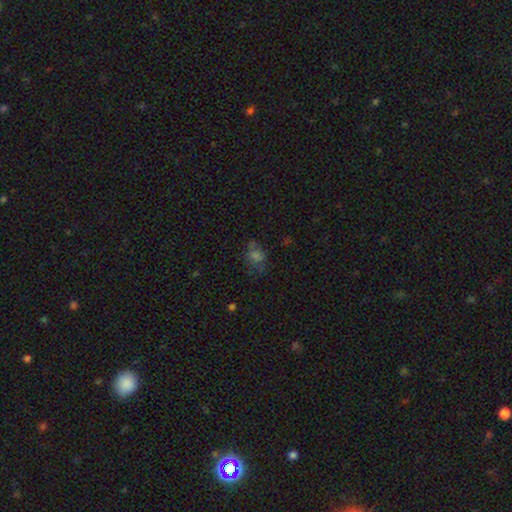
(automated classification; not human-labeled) Overall: smooth (52%; star or artifact 31%). How rounded: in between (53%; round 45%). Merging: none (57%; minor disturbance 21%).